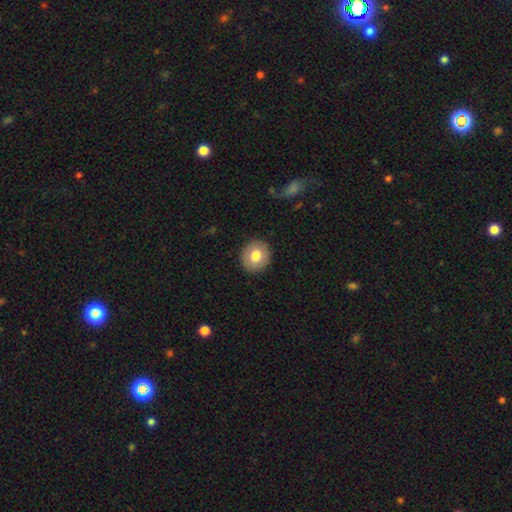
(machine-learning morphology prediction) Smooth or featured? smooth (77%)
How rounded? round (81%)
Merging? none (90%)